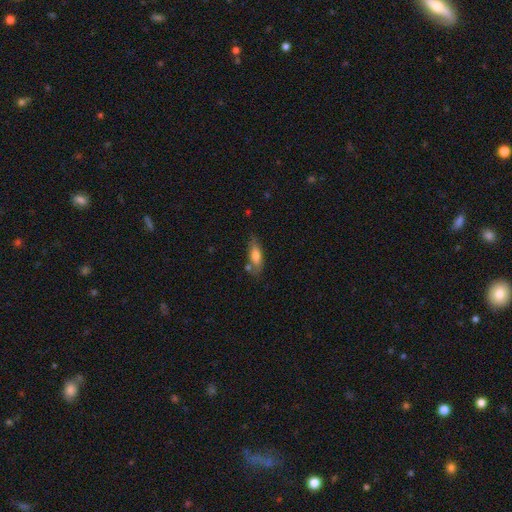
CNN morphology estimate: smooth 68%, featured or disk 25%, star or artifact 7%. Down the decision tree: how rounded — in between (64%); merging — none (68%).